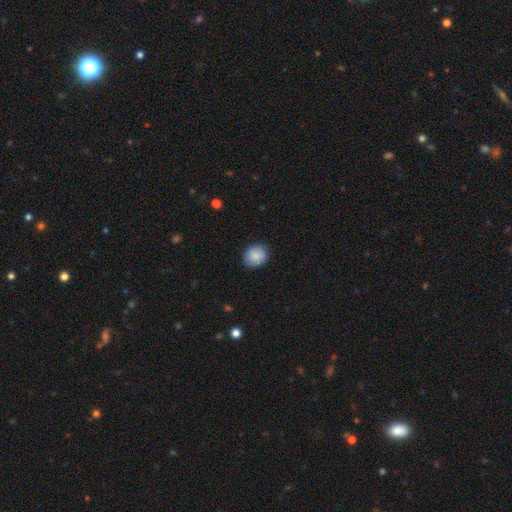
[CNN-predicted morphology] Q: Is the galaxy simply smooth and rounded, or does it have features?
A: smooth — 86%.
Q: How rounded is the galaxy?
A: round — 71%.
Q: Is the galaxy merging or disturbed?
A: none — 86%.